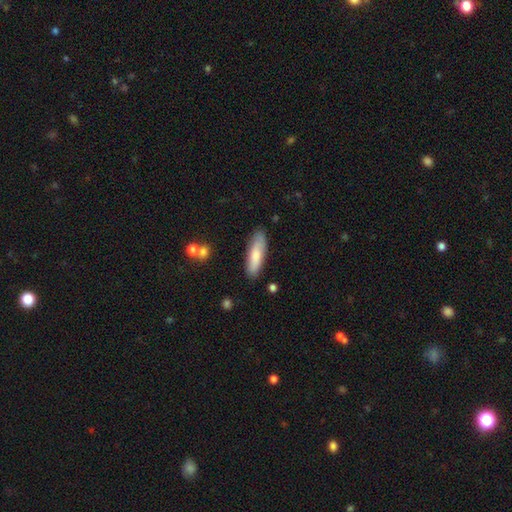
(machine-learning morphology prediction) Smooth or featured?
  - smooth: 77% *
  - featured or disk: 18%
  - star or artifact: 5%
How rounded?
  - cigar-shaped: 56% *
  - in between: 42%
  - round: 2%
Merging?
  - none: 83% *
  - minor disturbance: 13%
  - major disturbance: 3%
  - merger: 2%